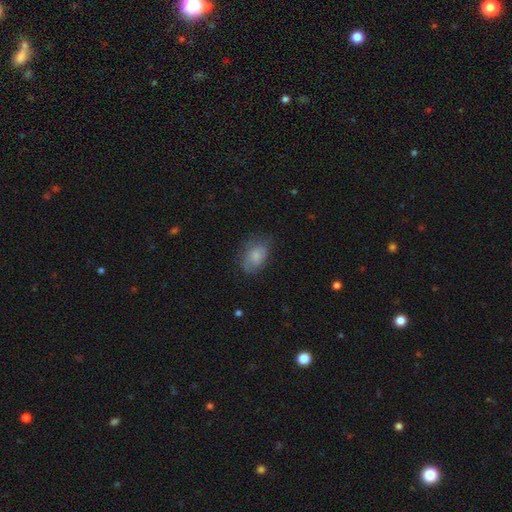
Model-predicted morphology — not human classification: smooth_or_featured: smooth (p=0.75) [alt: featured or disk p=0.17]
how_rounded: in between (p=0.80) [alt: round p=0.18]
merging: none (p=0.61) [alt: minor disturbance p=0.27]